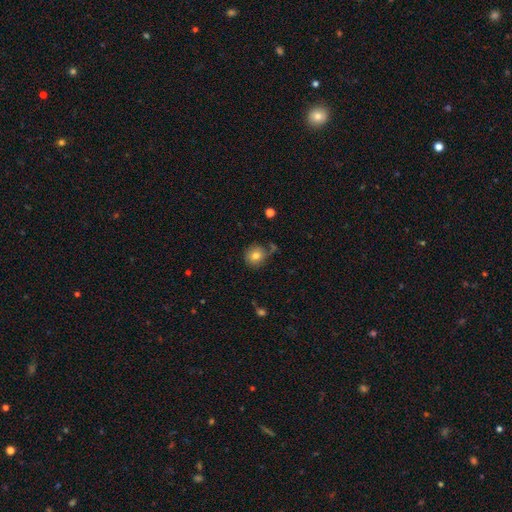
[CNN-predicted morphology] smooth 77%, featured or disk 13%, star or artifact 10%. Down the decision tree: how rounded — round (85%); merging — none (67%).